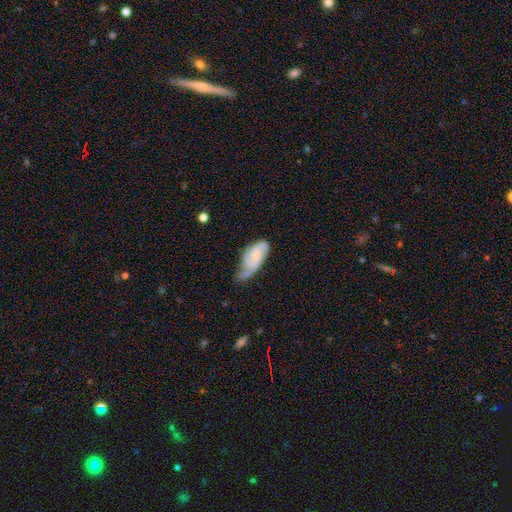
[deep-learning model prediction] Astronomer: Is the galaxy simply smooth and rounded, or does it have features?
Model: featured or disk — 63%.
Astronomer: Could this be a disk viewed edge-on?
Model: no — 95%.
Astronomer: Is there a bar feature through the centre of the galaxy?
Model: no — 64%.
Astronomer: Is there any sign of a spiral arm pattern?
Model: yes — 90%.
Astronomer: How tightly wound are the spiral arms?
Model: medium — 43% (runner-up: tight, 34%).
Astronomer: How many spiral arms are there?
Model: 2 — 47%.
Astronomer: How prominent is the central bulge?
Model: small — 55%.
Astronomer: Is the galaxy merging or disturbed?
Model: minor disturbance — 37% (runner-up: none, 36%).